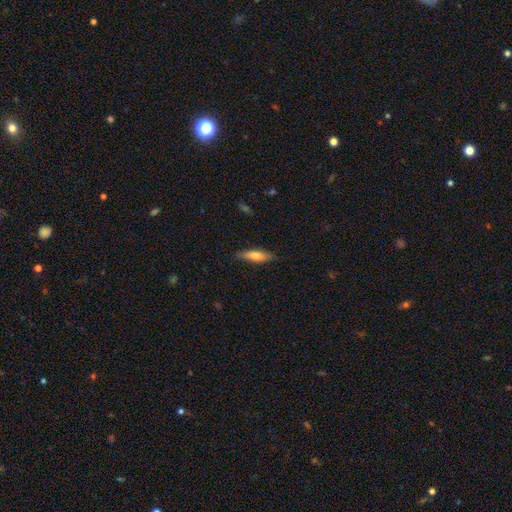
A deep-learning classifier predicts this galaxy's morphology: smooth 64%, featured or disk 30%, star or artifact 6%. Down the decision tree: how rounded — cigar-shaped (68%); merging — none (82%).